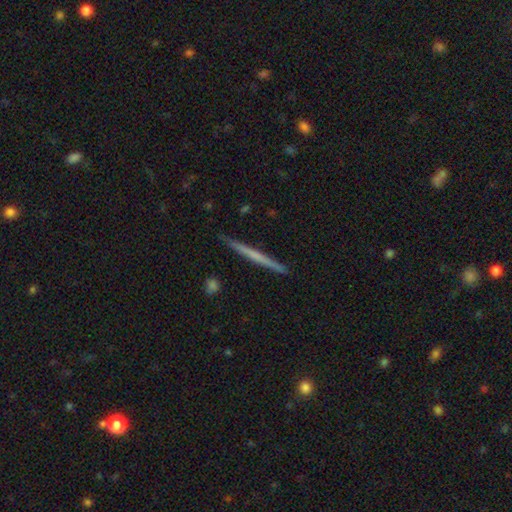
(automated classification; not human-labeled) Smooth or featured?
  - featured or disk: 52% *
  - smooth: 43%
  - star or artifact: 5%
Edge-on disk?
  - yes: 98% *
  - no: 2%
Edge-on bulge?
  - none: 83% *
  - rounded: 12%
  - boxy: 5%
Merging?
  - none: 91% *
  - minor disturbance: 7%
  - major disturbance: 1%
  - merger: 1%